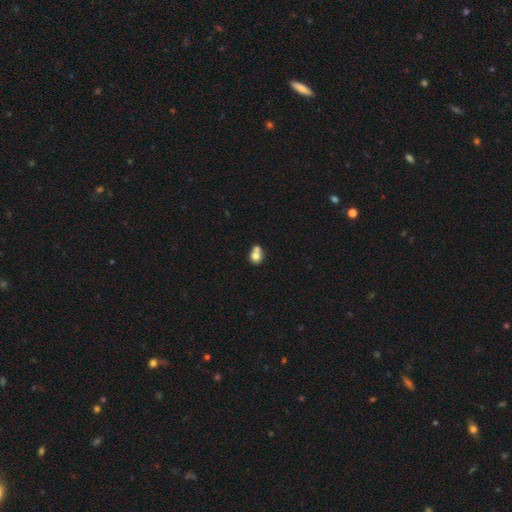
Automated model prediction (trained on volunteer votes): The model was most divided on "merging": merger: 53%, none: 35%, minor disturbance: 8%, major disturbance: 3%. More confident: smooth or featured — smooth (74%); how rounded — round (72%).